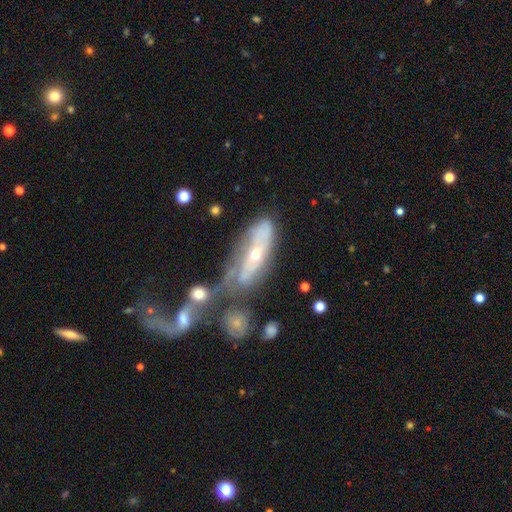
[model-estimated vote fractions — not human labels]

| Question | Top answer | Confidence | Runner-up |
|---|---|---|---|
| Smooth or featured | featured or disk | 67% | smooth (24%) |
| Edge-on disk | no | 74% | yes (26%) |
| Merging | merger | 41% | none (23%) |